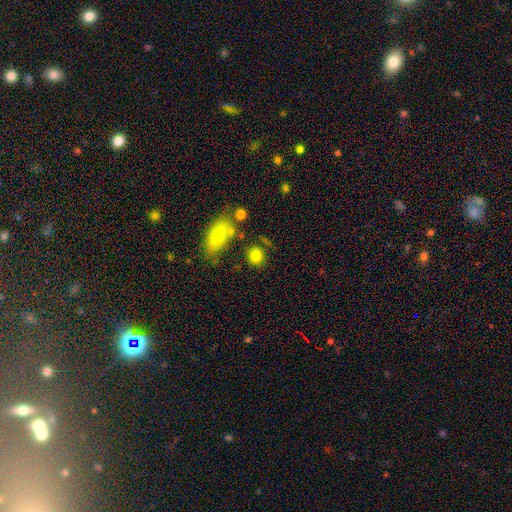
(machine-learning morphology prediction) This is clearly a smooth galaxy (82%). How rounded: likely round (72%). Merging: likely none (76%).